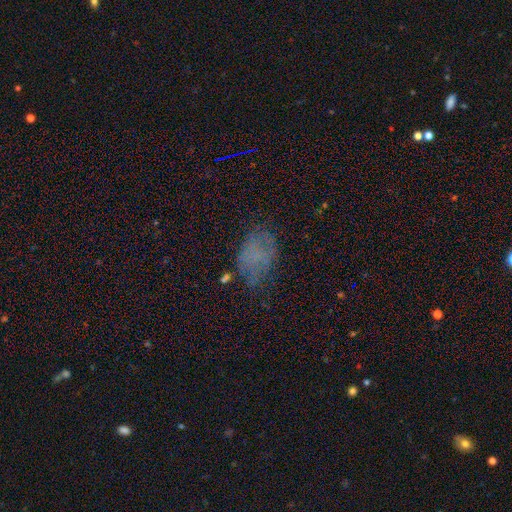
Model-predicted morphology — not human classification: A smooth galaxy with no disk features (52%) that is in between round and cigar-shaped (85%). Merging: none (54%).